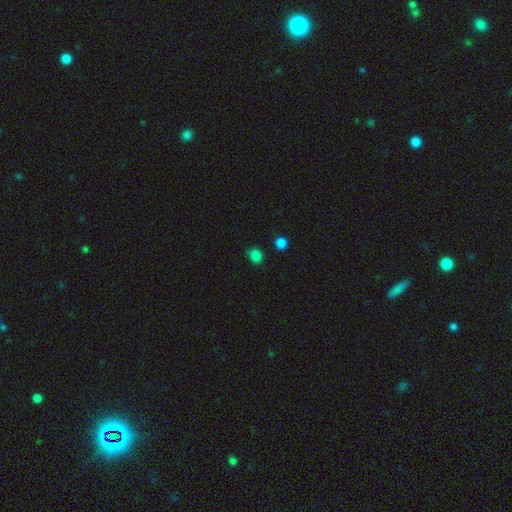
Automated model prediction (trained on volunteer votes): Smooth or featured? smooth (83%)
How rounded? round (70%)
Merging? none (78%)